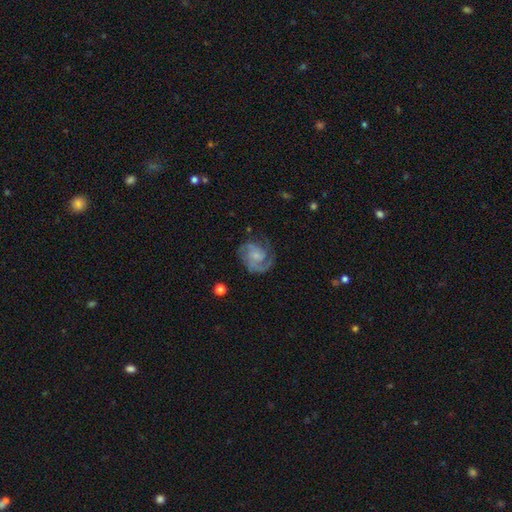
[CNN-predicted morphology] A featured or disk galaxy (83%) with no bar (59%), 2 (48%) medium (46%) spiral arms (96%) and a small central bulge (54%).

Vote fractions:
- Smooth or featured? featured or disk: 83% / smooth: 11% / star or artifact: 6%
- Edge-on disk? no: 98% / yes: 2%
- Bar? no: 59% / weak: 35% / strong: 6%
- Spiral arms? yes: 96% / no: 4%
- Spiral winding? medium: 46% / tight: 39% / loose: 14%
- Spiral arm count? 2: 48% / 3: 22% / can't tell: 13% / 1: 9% / 4: 4% / more than 4: 3%
- Bulge size? small: 54% / moderate: 21% / none: 21% / large: 3% / dominant: 1%
- Merging? none: 66% / minor disturbance: 19% / major disturbance: 13% / merger: 2%